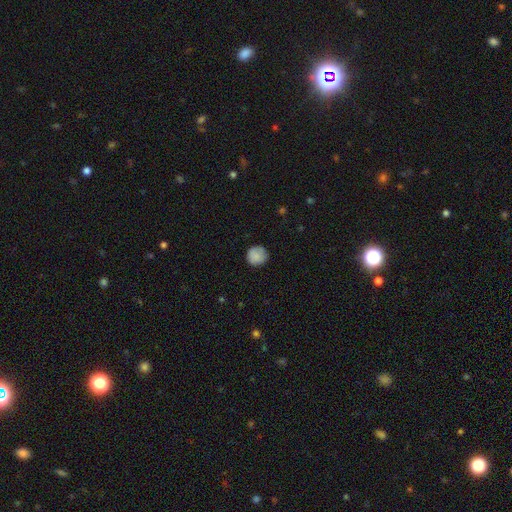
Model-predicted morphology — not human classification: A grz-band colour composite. It shows a smooth galaxy with no disk features (85%) that is round (92%). Merging: none (81%).